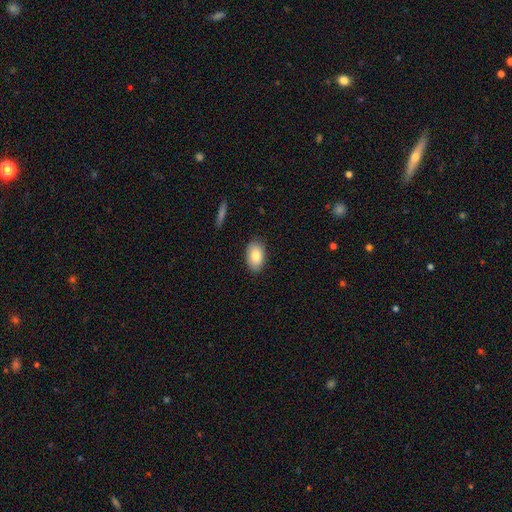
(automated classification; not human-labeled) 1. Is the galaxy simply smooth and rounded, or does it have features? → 83% smooth, 11% featured or disk, 7% star or artifact.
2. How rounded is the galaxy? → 91% in between, 7% round, 1% cigar-shaped.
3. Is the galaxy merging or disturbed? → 86% none, 11% minor disturbance, 2% major disturbance, 1% merger.